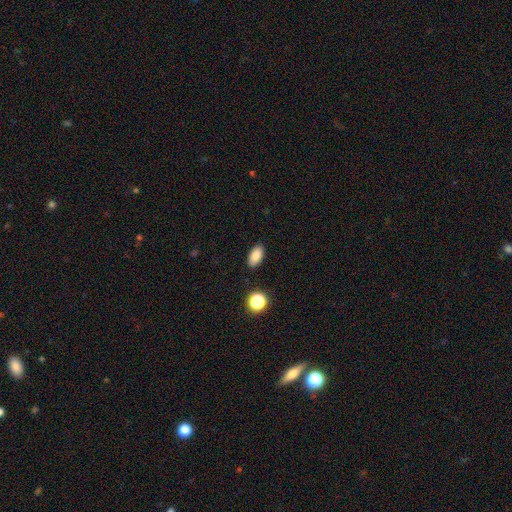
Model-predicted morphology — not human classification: smooth-or-featured: smooth: 85% | star or artifact: 9% | featured or disk: 5%
  how-rounded: in between: 91% | round: 5% | cigar-shaped: 4%
  merging: none: 88% | minor disturbance: 8% | major disturbance: 2% | merger: 2%